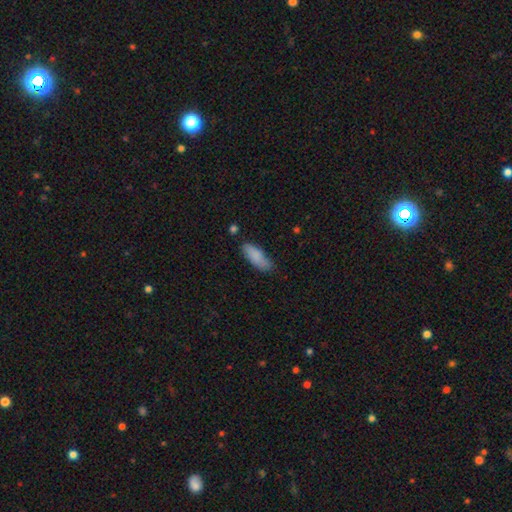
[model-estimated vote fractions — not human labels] Smooth or featured? Predicted: smooth (p=0.84). How rounded? Predicted: in between (p=0.71). Merging? Predicted: none (p=0.68).